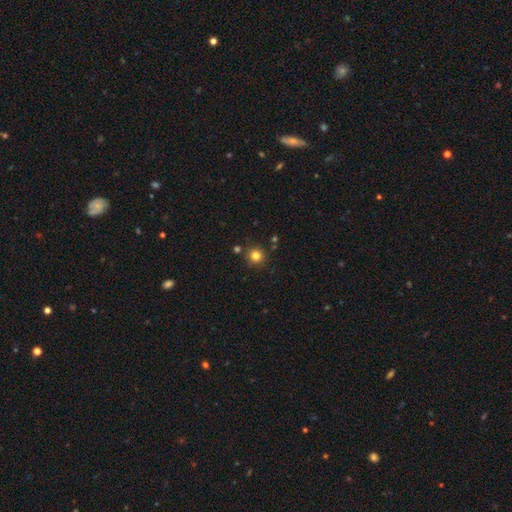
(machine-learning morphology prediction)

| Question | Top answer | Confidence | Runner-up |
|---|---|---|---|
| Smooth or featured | smooth | 81% | star or artifact (13%) |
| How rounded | round | 93% | in between (6%) |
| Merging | none | 83% | minor disturbance (8%) |